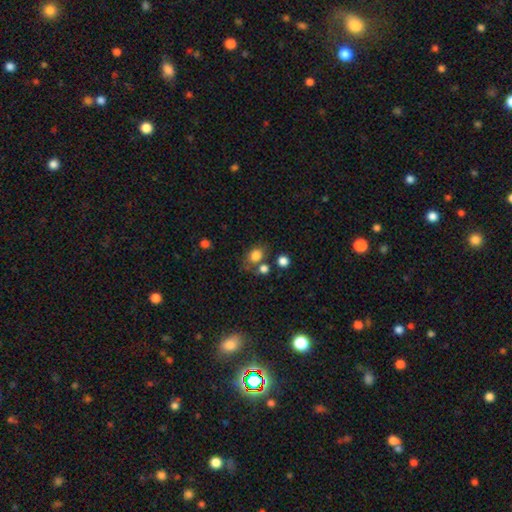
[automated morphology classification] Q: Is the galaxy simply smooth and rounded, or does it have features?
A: smooth — 80%.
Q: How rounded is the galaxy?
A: round — 55%.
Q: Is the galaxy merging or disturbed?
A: none — 61%.